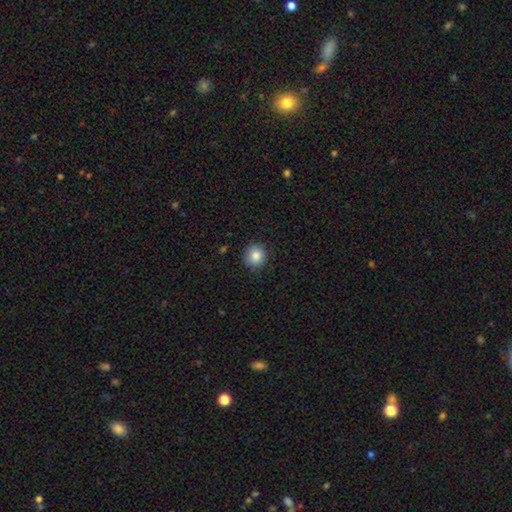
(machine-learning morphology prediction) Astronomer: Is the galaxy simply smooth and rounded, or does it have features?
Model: smooth — 85%.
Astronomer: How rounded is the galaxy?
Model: round — 87%.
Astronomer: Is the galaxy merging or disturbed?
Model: none — 89%.